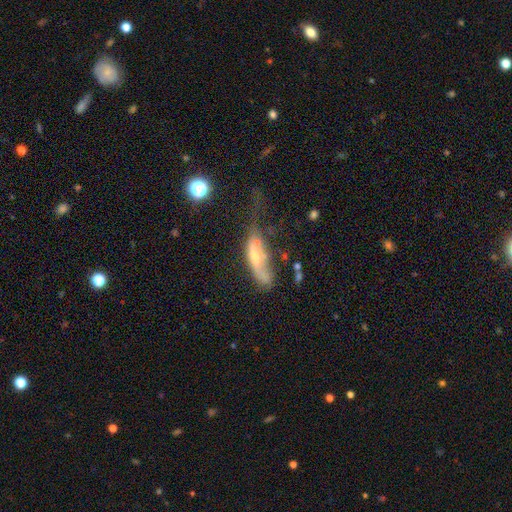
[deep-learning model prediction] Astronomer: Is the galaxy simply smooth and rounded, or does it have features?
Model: featured or disk — 50% (runner-up: smooth, 41%).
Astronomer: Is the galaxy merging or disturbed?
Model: major disturbance — 38% (runner-up: minor disturbance, 26%).